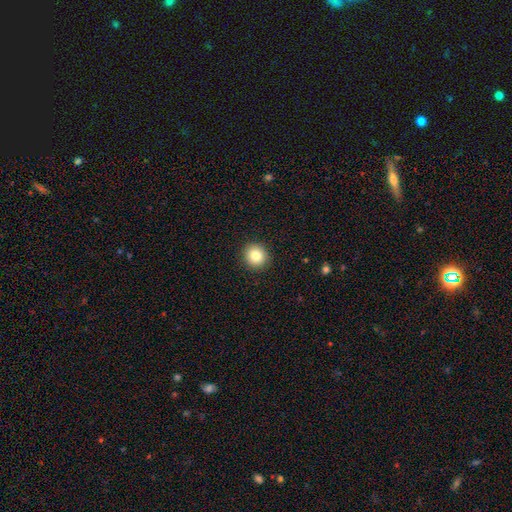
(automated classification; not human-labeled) Q: Smooth or featured?
A: smooth (83%); runner-up: star or artifact (10%)
Q: How rounded?
A: round (90%); runner-up: in between (9%)
Q: Merging?
A: none (92%); runner-up: minor disturbance (5%)